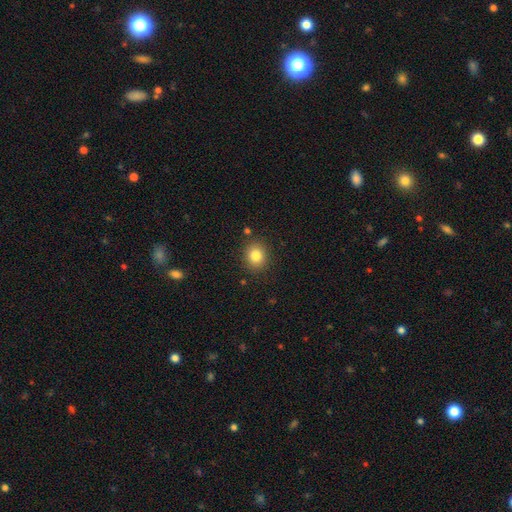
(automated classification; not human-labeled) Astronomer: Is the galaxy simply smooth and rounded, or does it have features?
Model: smooth — 83%.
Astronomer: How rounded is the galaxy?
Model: round — 75%.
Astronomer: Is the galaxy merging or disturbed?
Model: none — 87%.